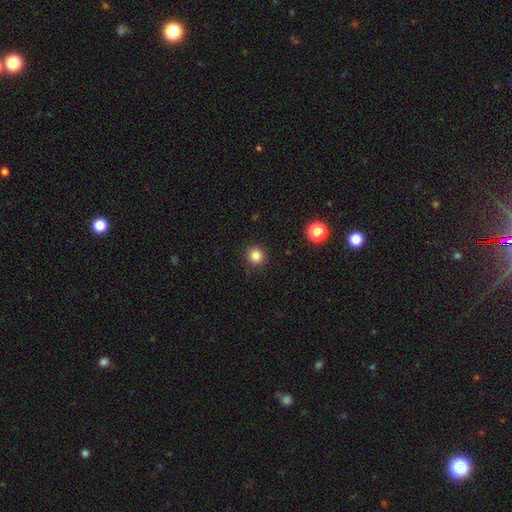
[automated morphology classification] type=smooth (84%); roundness=round (94%); merging=none (91%).